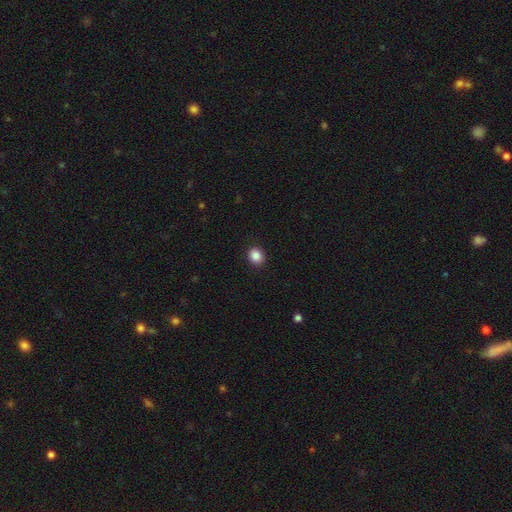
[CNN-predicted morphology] Smooth or featured? smooth (87%)
How rounded? round (69%)
Merging? none (91%)